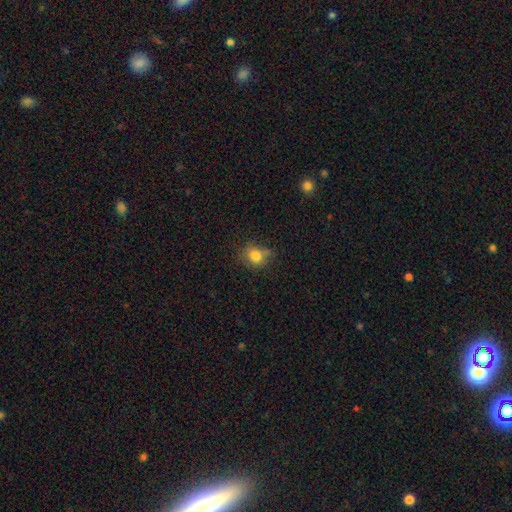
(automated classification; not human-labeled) The model was most divided on "merging": none: 61%, minor disturbance: 27%, major disturbance: 8%, merger: 4%. More confident: smooth or featured — smooth (81%); how rounded — round (66%).